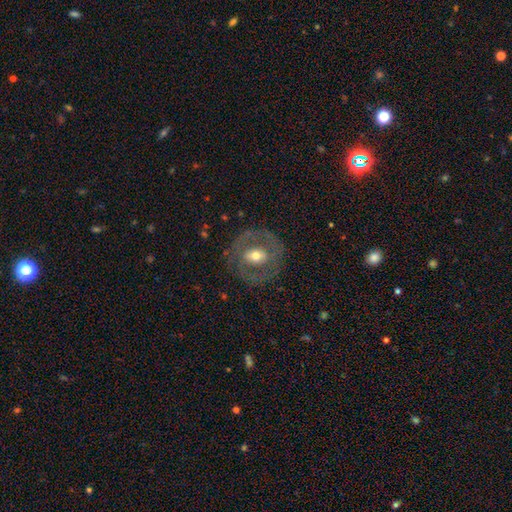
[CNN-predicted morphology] The model was most divided on "bar": no: 50%, weak: 31%, strong: 19%. More confident: edge-on disk — no (94%); merging — none (79%); spiral arms — no (74%); bulge size — moderate (68%); smooth or featured — featured or disk (60%).